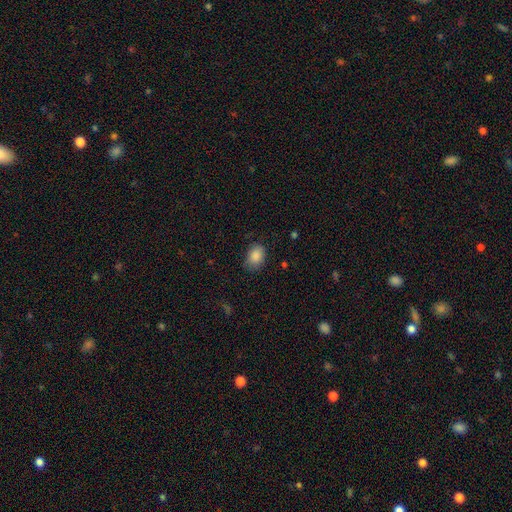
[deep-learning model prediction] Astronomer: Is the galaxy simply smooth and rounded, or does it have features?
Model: smooth — 87%.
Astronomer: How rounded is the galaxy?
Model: in between — 74%.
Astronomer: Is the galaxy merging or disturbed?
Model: none — 75%.